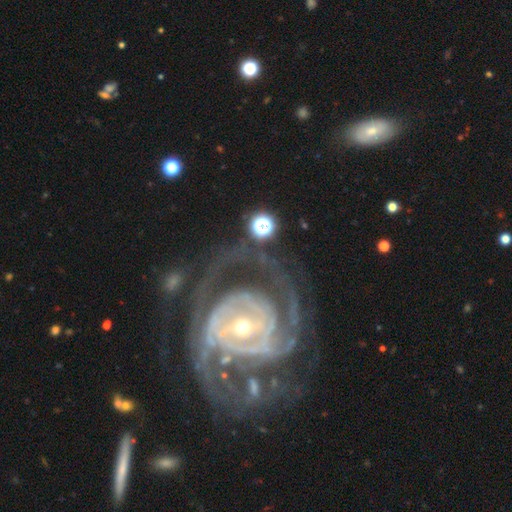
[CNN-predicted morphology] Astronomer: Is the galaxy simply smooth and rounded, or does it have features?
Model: featured or disk — 90%.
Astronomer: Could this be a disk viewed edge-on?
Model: no — 97%.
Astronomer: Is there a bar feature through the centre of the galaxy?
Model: no — 41% (runner-up: weak, 32%).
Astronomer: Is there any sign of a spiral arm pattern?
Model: yes — 96%.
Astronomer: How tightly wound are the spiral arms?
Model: tight — 65%.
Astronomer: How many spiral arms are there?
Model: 2 — 41% (runner-up: can't tell, 19%).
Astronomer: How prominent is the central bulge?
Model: small — 60% (runner-up: moderate, 35%).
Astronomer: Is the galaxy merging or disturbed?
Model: none — 54%.